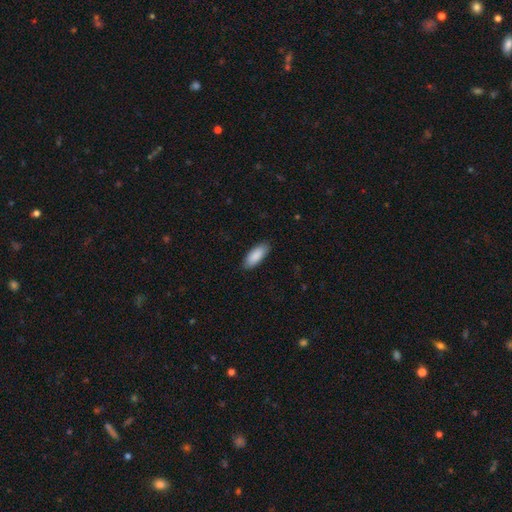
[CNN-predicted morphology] A smooth galaxy with no disk features (90%) that is in between round and cigar-shaped (79%). Merging: none (88%).